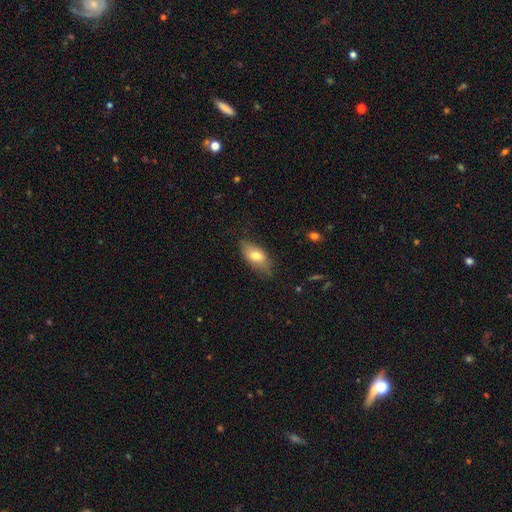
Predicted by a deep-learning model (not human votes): This appears to be a smooth galaxy with no disk features (72%) that is in between round and cigar-shaped (87%). Merging: none (71%).